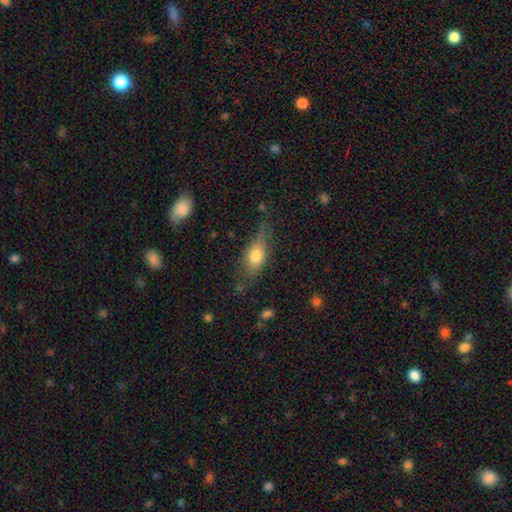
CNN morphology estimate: Smooth or featured: smooth — 69% (featured or disk — 22%)
How rounded: in between — 75% (cigar-shaped — 15%)
Merging: none — 59% (minor disturbance — 27%)